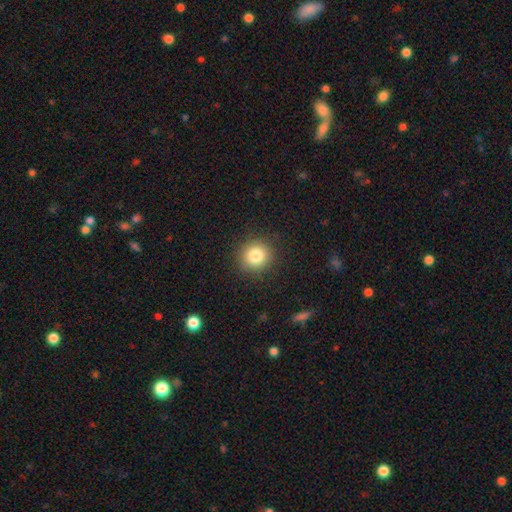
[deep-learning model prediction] Smooth or featured: smooth — 82% (star or artifact — 11%)
How rounded: round — 90% (in between — 9%)
Merging: none — 90% (minor disturbance — 7%)